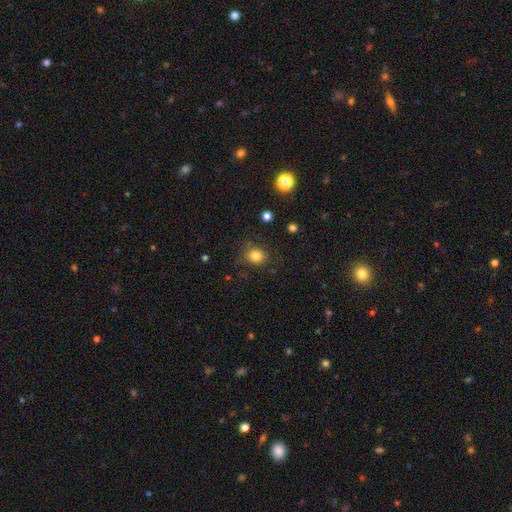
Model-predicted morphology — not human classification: Overall: smooth (82%). How rounded: round (75%). Merging: none (78%).